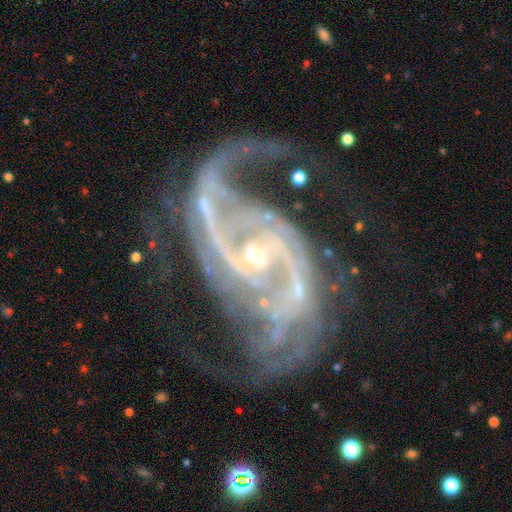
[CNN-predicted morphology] The model was most divided on "bar": no: 40%, weak: 36%, strong: 24%. Remaining: spiral arms — yes (98%); edge-on disk — no (97%); smooth or featured — featured or disk (91%); bulge size — small (78%); spiral arm count — 2 (68%); merging — none (53%); spiral winding — medium (49%).